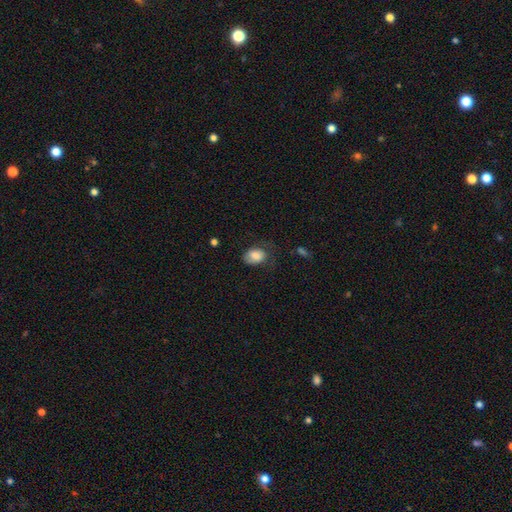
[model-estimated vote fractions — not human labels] Q: Smooth or featured?
A: smooth (80%); runner-up: featured or disk (13%)
Q: How rounded?
A: in between (79%); runner-up: round (20%)
Q: Merging?
A: none (43%); runner-up: minor disturbance (30%)